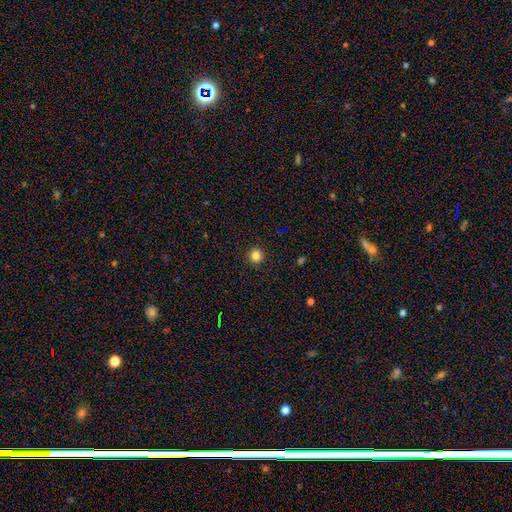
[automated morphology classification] A smooth galaxy with no disk features (83%) that is round (91%). Merging: none (93%).